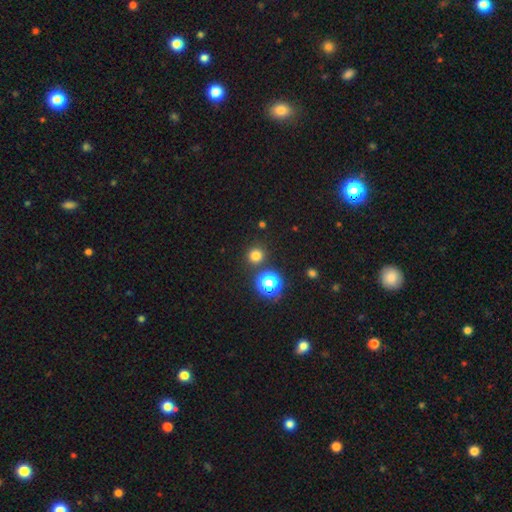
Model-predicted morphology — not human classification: This is likely a smooth galaxy (75%). How rounded: clearly round (93%). Merging: clearly none (86%).